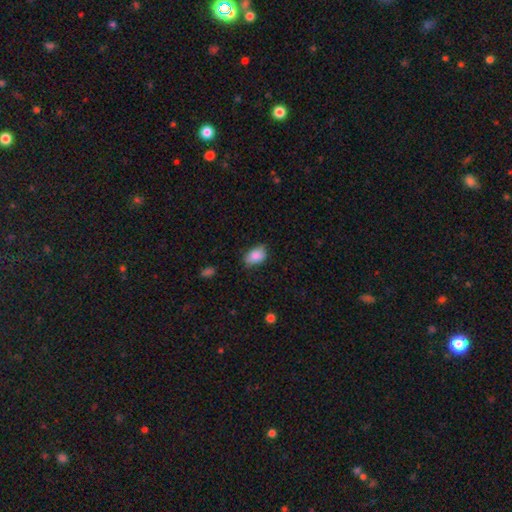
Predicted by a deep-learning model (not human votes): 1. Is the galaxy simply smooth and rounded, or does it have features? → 86% smooth, 7% star or artifact, 7% featured or disk.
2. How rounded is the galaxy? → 87% in between, 12% round, 1% cigar-shaped.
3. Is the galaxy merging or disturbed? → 74% none, 21% minor disturbance, 4% major disturbance, 1% merger.